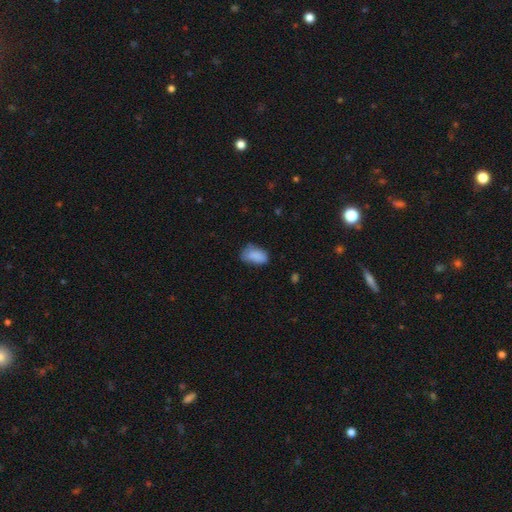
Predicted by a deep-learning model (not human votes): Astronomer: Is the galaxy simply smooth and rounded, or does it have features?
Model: smooth — 84%.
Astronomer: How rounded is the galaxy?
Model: in between — 91%.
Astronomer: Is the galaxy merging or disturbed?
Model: none — 51% (runner-up: minor disturbance, 35%).